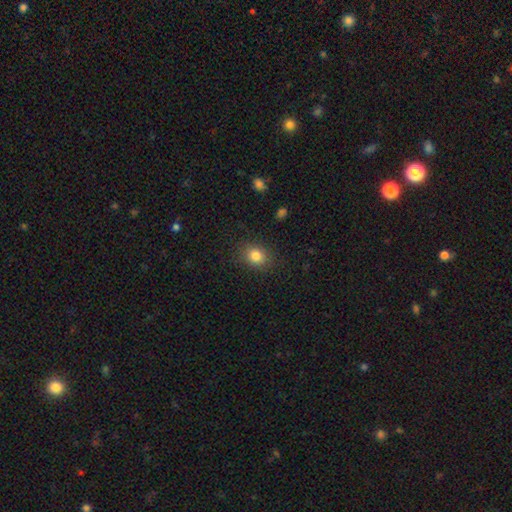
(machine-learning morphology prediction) type=smooth (82%); roundness=round (55%); merging=none (85%).